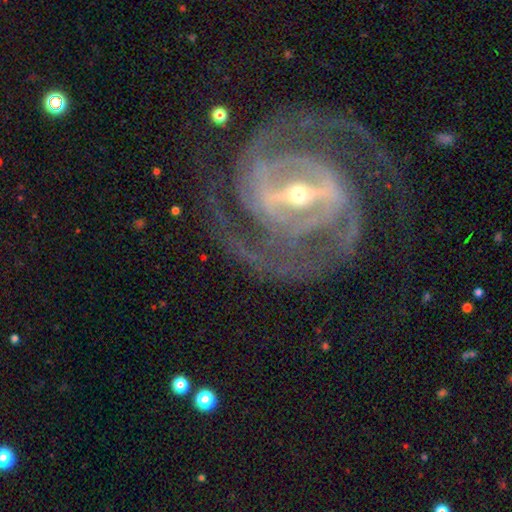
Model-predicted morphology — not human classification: Q: Smooth or featured?
A: featured or disk (93%); runner-up: star or artifact (4%)
Q: Edge-on disk?
A: no (97%); runner-up: yes (3%)
Q: Bar?
A: strong (76%); runner-up: weak (19%)
Q: Spiral arms?
A: yes (98%); runner-up: no (2%)
Q: Spiral winding?
A: tight (50%); runner-up: medium (42%)
Q: Spiral arm count?
A: 2 (65%); runner-up: 3 (14%)
Q: Bulge size?
A: small (65%); runner-up: moderate (31%)
Q: Merging?
A: none (74%); runner-up: minor disturbance (13%)